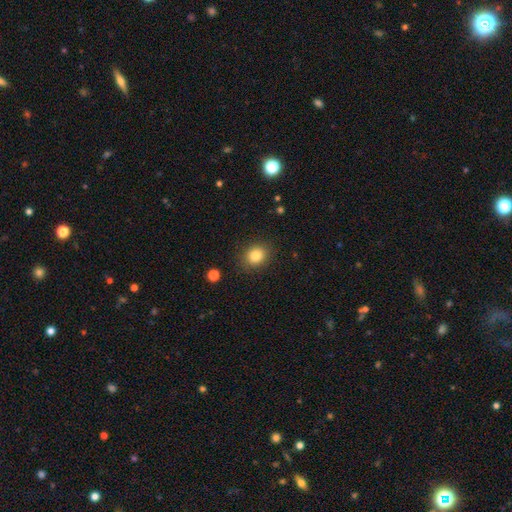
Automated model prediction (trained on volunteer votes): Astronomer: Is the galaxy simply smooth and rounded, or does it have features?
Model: smooth — 83%.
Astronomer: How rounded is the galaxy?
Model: round — 67%.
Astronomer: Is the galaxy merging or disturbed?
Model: none — 87%.